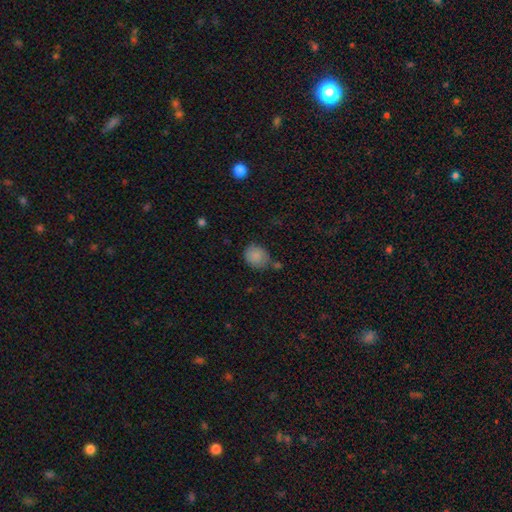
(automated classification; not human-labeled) This appears to be a smooth galaxy with no disk features (85%) that is round (66%). Merging: none (61%).